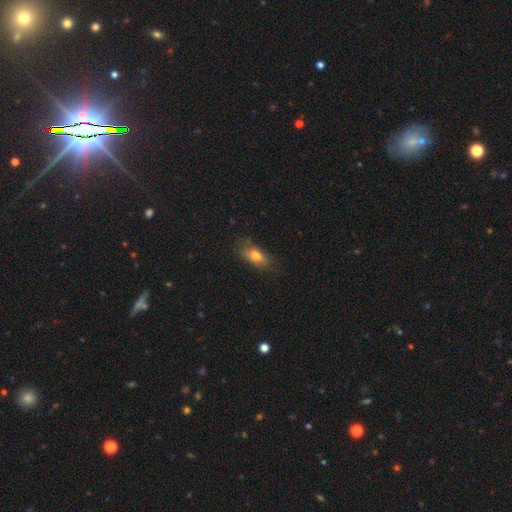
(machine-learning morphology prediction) This is likely a smooth galaxy (74%). How rounded: clearly in between (83%). Merging: likely none (67%).